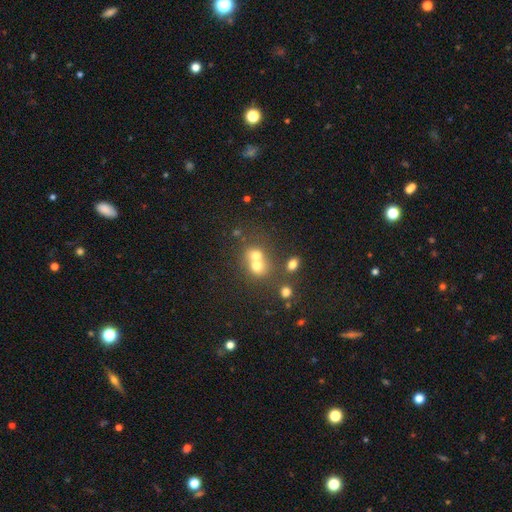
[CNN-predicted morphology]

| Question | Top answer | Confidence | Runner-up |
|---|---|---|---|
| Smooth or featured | smooth | 66% | featured or disk (18%) |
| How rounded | round | 71% | in between (28%) |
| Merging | merger | 62% | none (29%) |